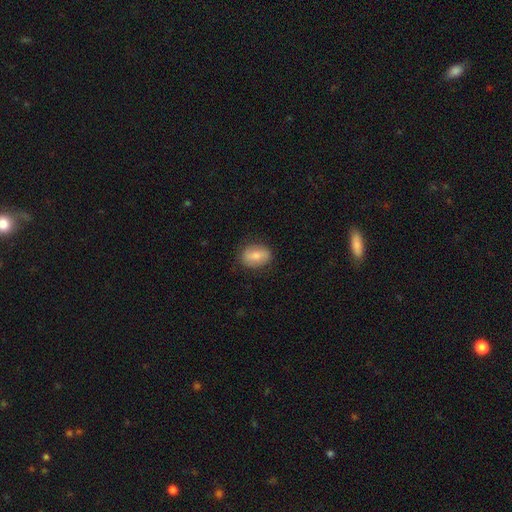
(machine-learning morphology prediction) smooth_or_featured: smooth (p=0.74) [alt: featured or disk p=0.19]
how_rounded: in between (p=0.72) [alt: round p=0.26]
merging: none (p=0.81) [alt: minor disturbance p=0.14]